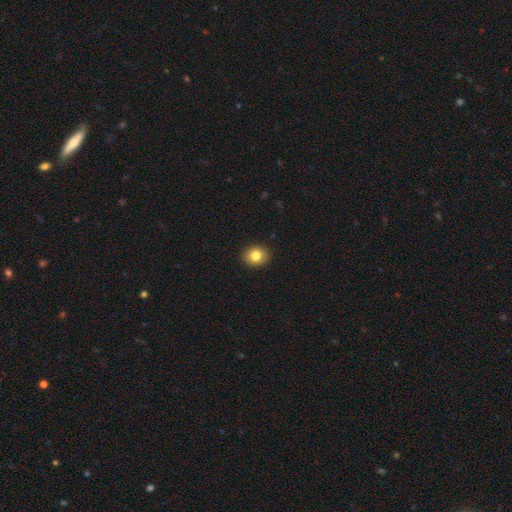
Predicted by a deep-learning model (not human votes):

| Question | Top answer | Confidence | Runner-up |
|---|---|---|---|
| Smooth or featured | smooth | 82% | star or artifact (10%) |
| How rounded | round | 75% | in between (24%) |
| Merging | none | 92% | minor disturbance (6%) |